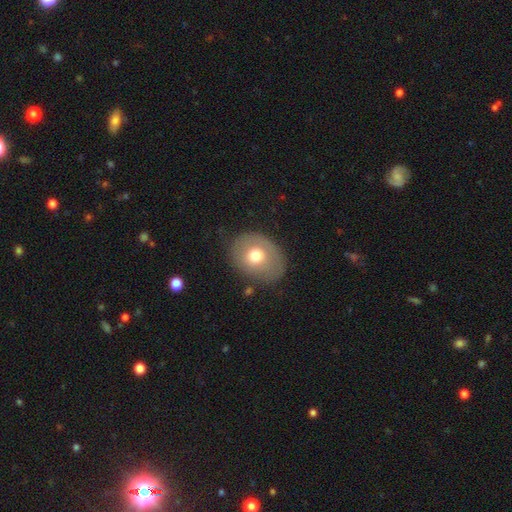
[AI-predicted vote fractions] Morphology: type=smooth (67%); roundness=round (50%); merging=none (72%).